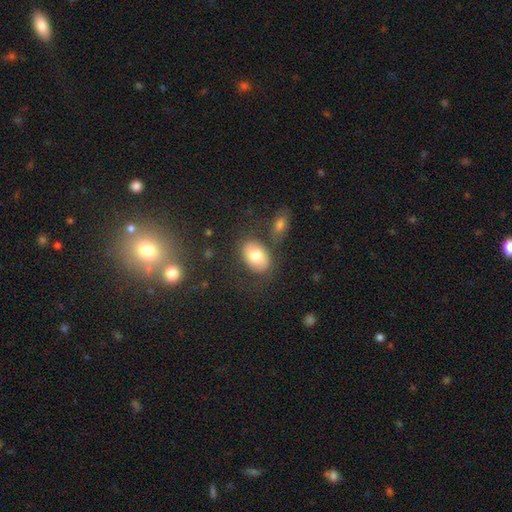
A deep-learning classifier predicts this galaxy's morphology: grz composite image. It shows a smooth galaxy with no disk features (77%) that is in between round and cigar-shaped (81%). Merging: none (72%).